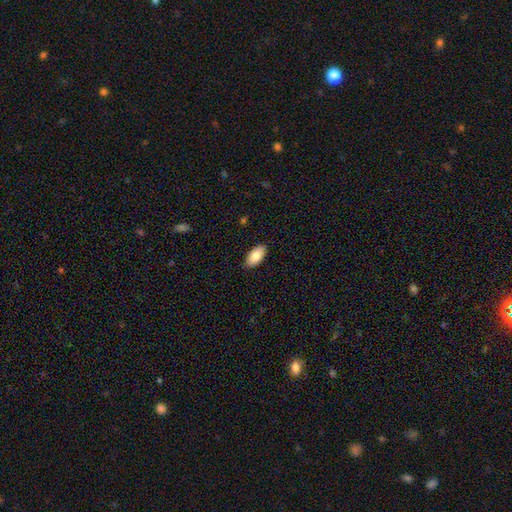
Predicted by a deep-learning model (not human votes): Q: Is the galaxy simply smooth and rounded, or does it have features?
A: smooth — 84%.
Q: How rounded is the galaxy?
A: in between — 95%.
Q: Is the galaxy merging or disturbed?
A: none — 88%.